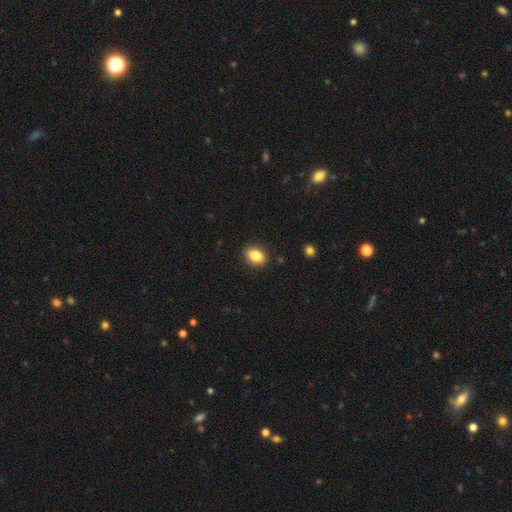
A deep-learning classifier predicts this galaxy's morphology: Smooth or featured?
  - smooth: 85% *
  - star or artifact: 9%
  - featured or disk: 6%
How rounded?
  - in between: 75% *
  - round: 24%
  - cigar-shaped: 1%
Merging?
  - none: 87% *
  - minor disturbance: 10%
  - major disturbance: 2%
  - merger: 1%